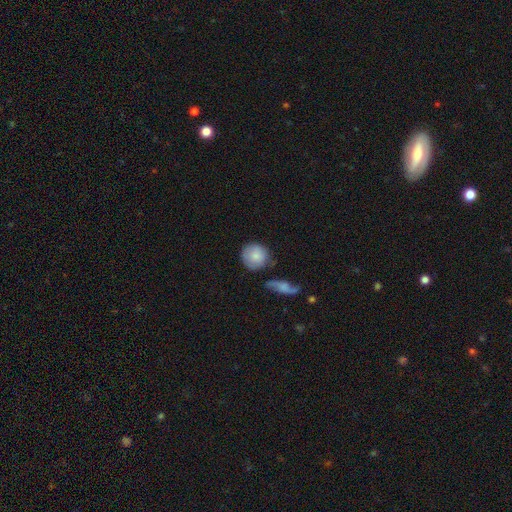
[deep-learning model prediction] This appears to be a smooth galaxy with no disk features (76%) that is round (88%). Merging: none (65%).